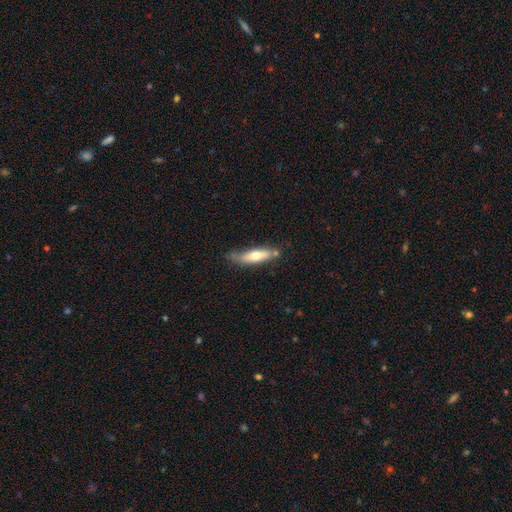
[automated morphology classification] The model was most divided on "smooth or featured": smooth: 58%, featured or disk: 36%, star or artifact: 6%. More confident: how rounded — cigar-shaped (64%); merging — none (60%).